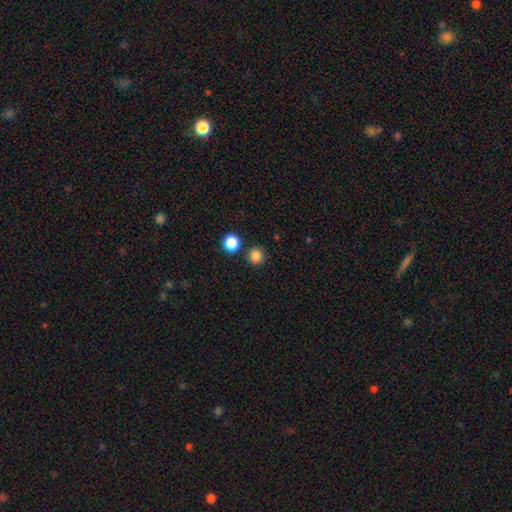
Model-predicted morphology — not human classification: type=smooth (81%); roundness=round (94%); merging=none (77%).